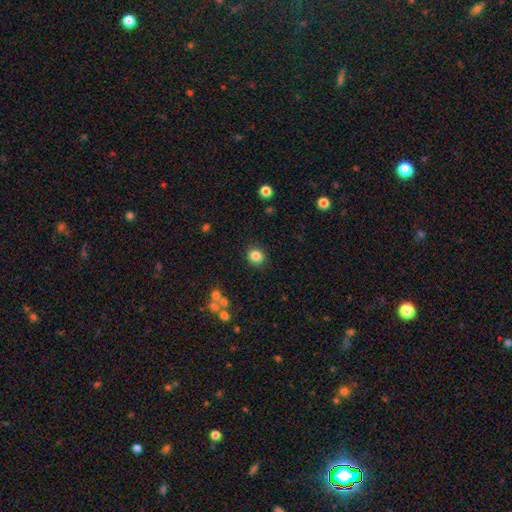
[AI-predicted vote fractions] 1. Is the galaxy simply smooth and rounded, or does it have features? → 84% smooth, 10% star or artifact, 6% featured or disk.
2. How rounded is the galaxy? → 78% round, 21% in between, 1% cigar-shaped.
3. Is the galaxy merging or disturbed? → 88% none, 8% minor disturbance, 3% major disturbance, 2% merger.